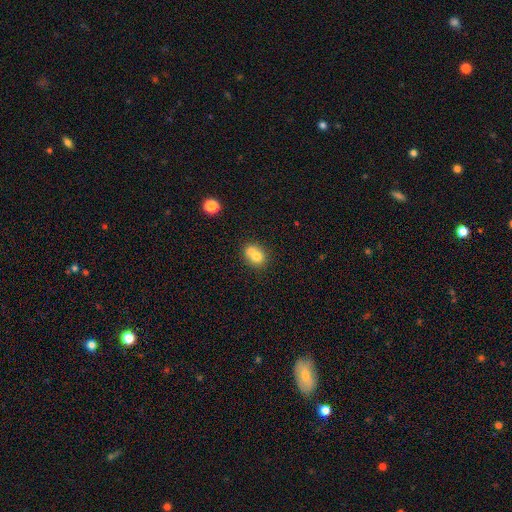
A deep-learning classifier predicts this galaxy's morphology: Smooth or featured: smooth — 70% (featured or disk — 19%)
How rounded: round — 70% (in between — 29%)
Merging: merger — 58% (none — 32%)